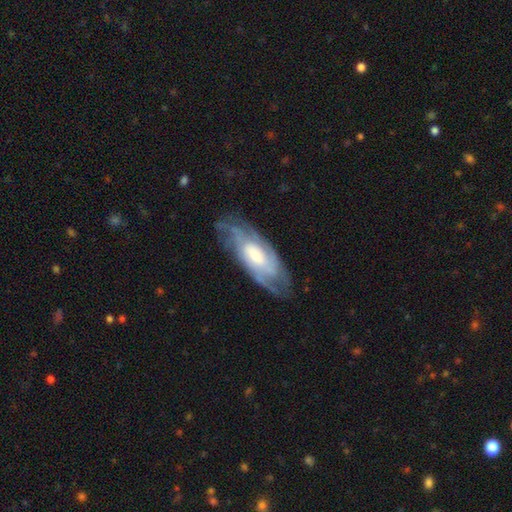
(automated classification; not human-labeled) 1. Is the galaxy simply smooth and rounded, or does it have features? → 76% featured or disk, 18% smooth, 6% star or artifact.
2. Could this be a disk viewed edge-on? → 86% no, 14% yes.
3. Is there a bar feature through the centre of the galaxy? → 56% no, 35% weak, 9% strong.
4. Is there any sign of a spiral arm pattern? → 90% yes, 10% no.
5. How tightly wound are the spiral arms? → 53% tight, 36% medium, 11% loose.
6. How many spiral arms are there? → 49% can't tell, 18% 2, 14% 3, 11% 4, 5% more than 4, 4% 1.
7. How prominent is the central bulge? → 49% moderate, 23% small, 22% large, 4% none, 2% dominant.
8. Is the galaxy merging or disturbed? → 69% none, 21% minor disturbance, 9% major disturbance, 1% merger.